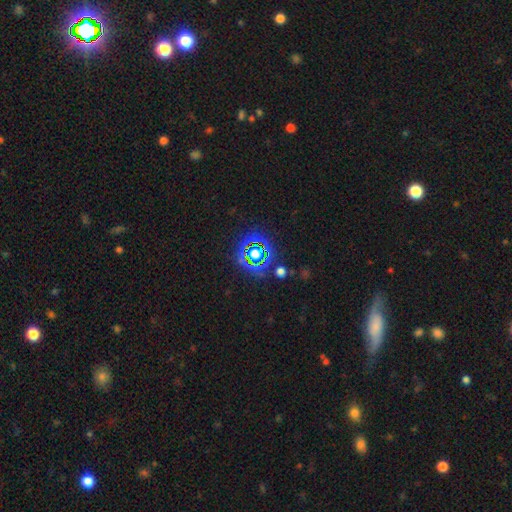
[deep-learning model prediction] Smooth or featured? Predicted: star or artifact (p=0.62).